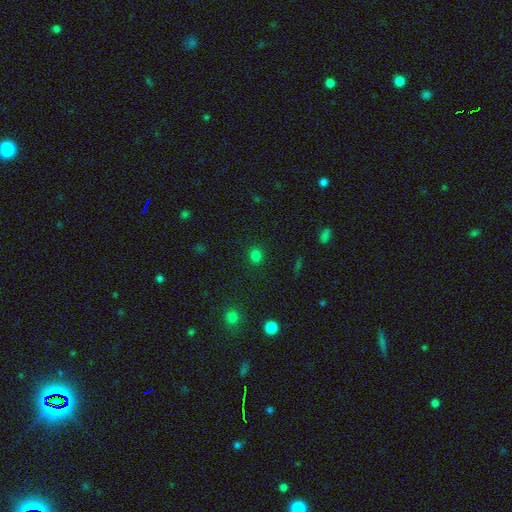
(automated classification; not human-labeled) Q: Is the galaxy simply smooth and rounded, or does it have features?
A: smooth — 79%.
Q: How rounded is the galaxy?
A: round — 80%.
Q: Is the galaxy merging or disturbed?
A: none — 89%.